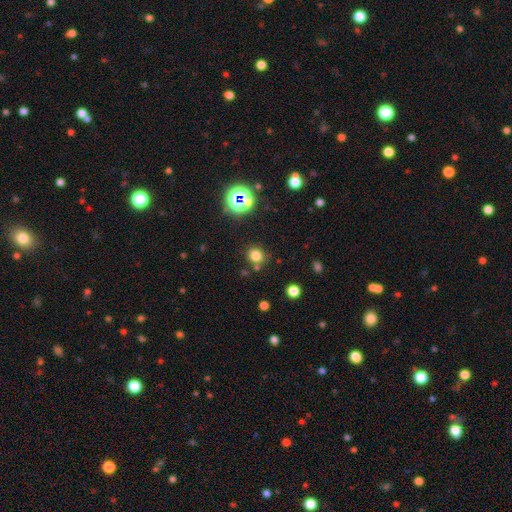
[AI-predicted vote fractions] Smooth or featured? smooth (74%)
How rounded? round (87%)
Merging? none (79%)